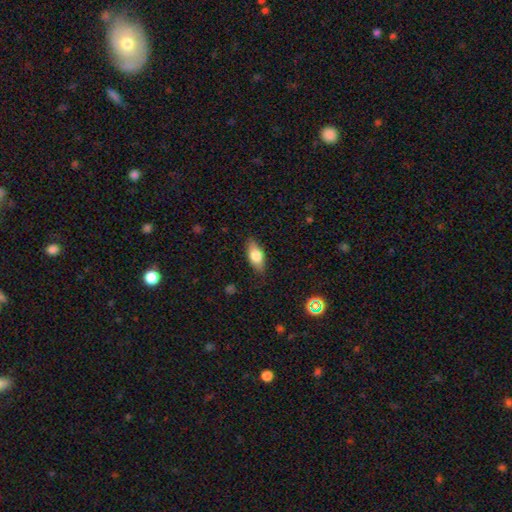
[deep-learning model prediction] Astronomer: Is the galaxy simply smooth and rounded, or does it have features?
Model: smooth — 73%.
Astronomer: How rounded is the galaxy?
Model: in between — 84%.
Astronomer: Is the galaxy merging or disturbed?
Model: none — 84%.